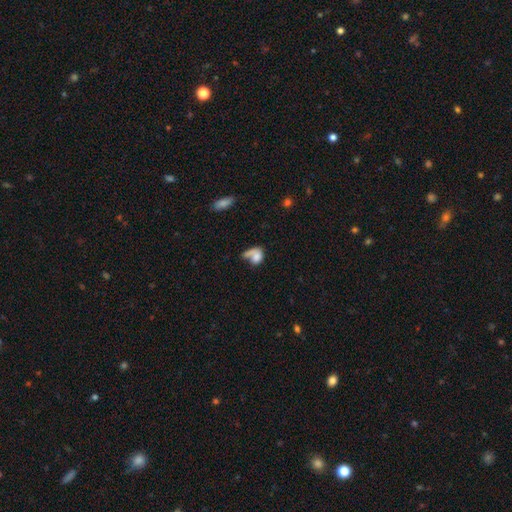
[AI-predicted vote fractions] smooth 62%, featured or disk 29%, star or artifact 10%. Down the decision tree: how rounded — in between (63%); merging — major disturbance (32%).